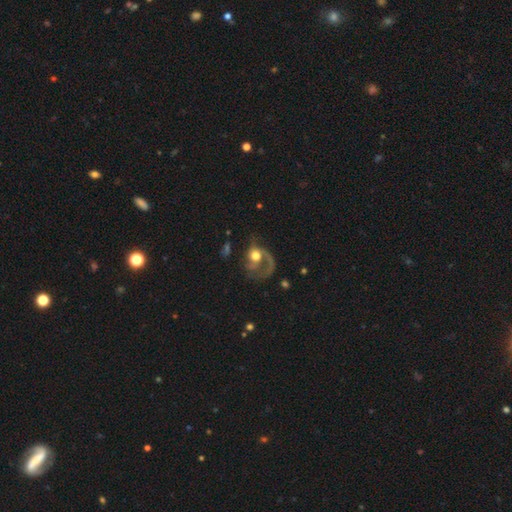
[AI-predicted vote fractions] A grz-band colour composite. It shows a featured or disk galaxy (69%) with no bar (76%), 1 (65%) loose (45%) spiral arms (84%) and a moderate central bulge (57%). Merging: major disturbance (47%).